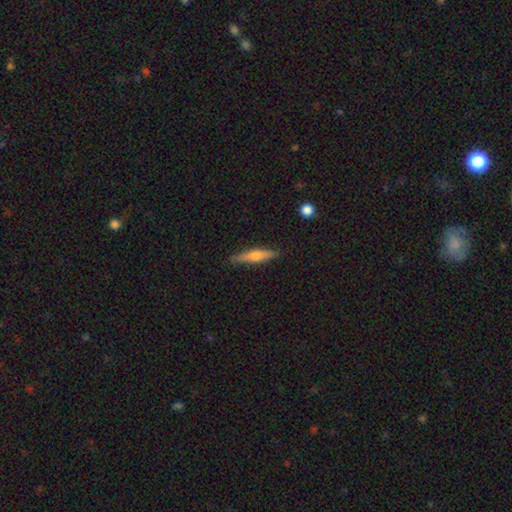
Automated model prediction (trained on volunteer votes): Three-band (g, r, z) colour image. It shows a featured or disk galaxy (48%). Merging: none (88%).